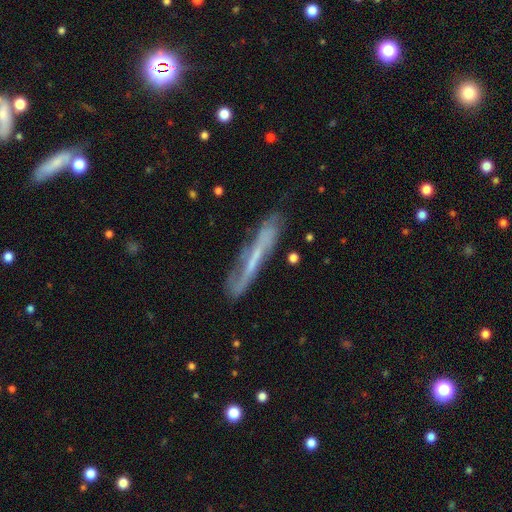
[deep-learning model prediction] Smooth or featured?
  - featured or disk: 63% *
  - smooth: 28%
  - star or artifact: 9%
Edge-on disk?
  - yes: 66% *
  - no: 34%
Merging?
  - none: 67% *
  - minor disturbance: 22%
  - major disturbance: 8%
  - merger: 3%